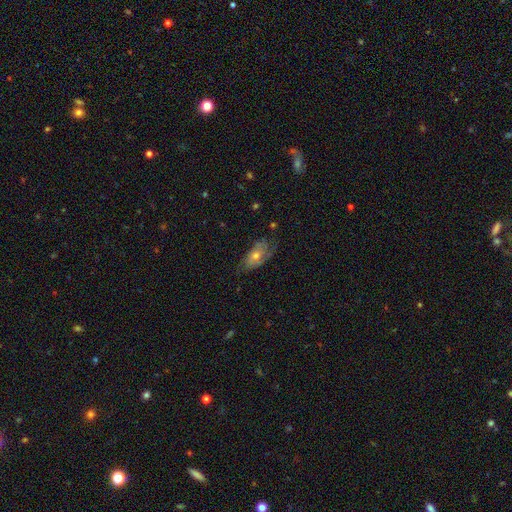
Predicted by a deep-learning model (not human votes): Overall: featured or disk (51%; smooth 40%). Edge-on disk: no (86%). Merging: none (61%; minor disturbance 27%).